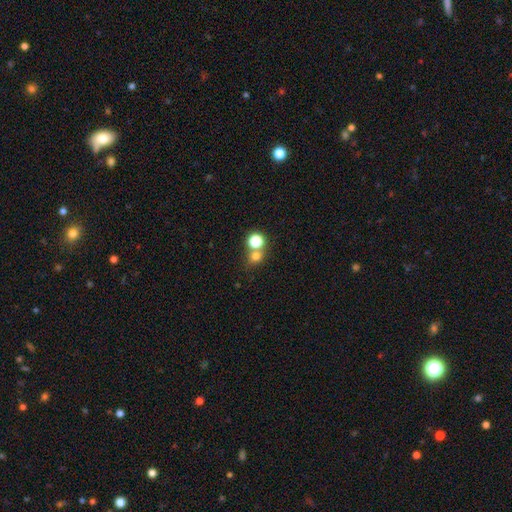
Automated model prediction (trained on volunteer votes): Q: Smooth or featured?
A: smooth (73%); runner-up: star or artifact (18%)
Q: How rounded?
A: round (83%); runner-up: in between (16%)
Q: Merging?
A: none (53%); runner-up: merger (37%)